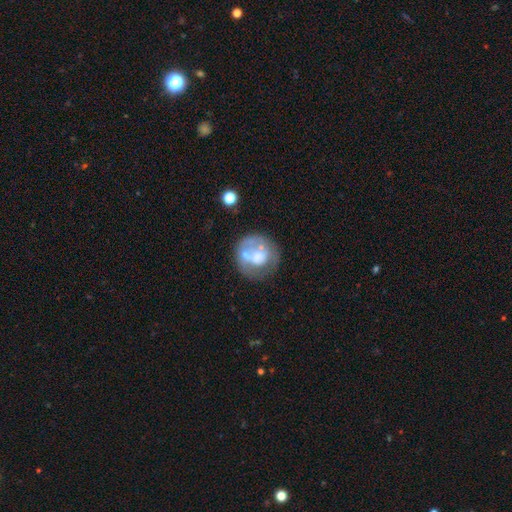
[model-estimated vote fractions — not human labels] Smooth or featured? Predicted: smooth (p=0.47). Merging? Predicted: none (p=0.51).